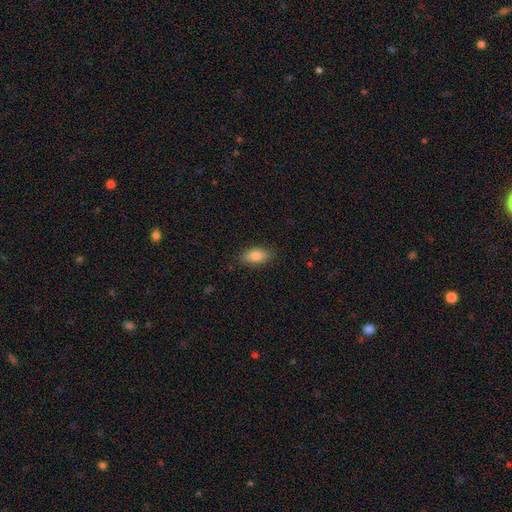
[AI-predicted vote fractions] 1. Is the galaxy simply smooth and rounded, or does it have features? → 83% smooth, 9% featured or disk, 7% star or artifact.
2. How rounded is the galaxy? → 89% in between, 7% cigar-shaped, 4% round.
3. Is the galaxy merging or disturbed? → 86% none, 10% minor disturbance, 2% major disturbance, 1% merger.